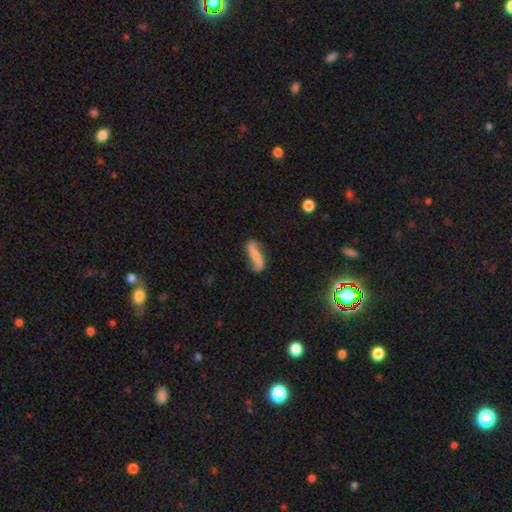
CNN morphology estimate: A featured or disk galaxy (71%) with no bar (39%), 2 (92%) loose (82%) spiral arms (92%) and no central bulge (39%). Merging: none (73%).